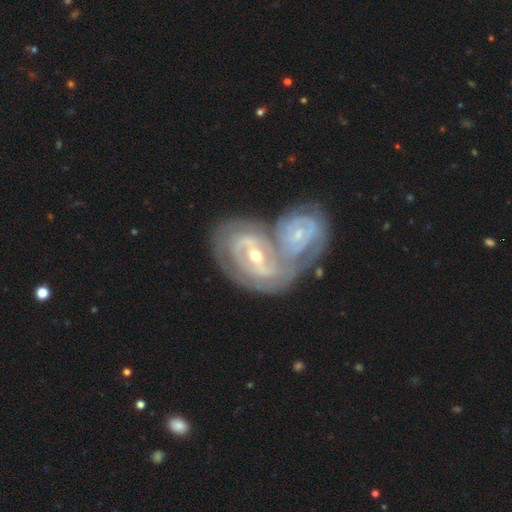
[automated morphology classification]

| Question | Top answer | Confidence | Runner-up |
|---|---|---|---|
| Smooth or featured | featured or disk | 87% | smooth (7%) |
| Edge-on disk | no | 96% | yes (4%) |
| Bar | weak | 44% | strong (32%) |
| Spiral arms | yes | 94% | no (6%) |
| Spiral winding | tight | 72% | medium (23%) |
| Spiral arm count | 2 | 42% | can't tell (30%) |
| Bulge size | small | 54% | moderate (43%) |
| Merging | merger | 77% | none (15%) |